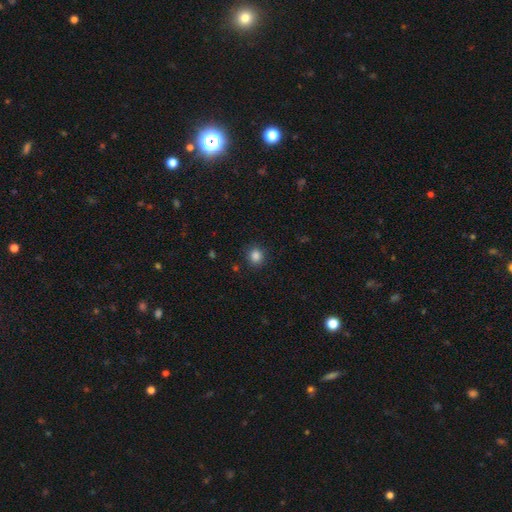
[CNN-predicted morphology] smooth_or_featured: smooth (p=0.85) [alt: star or artifact p=0.11]
how_rounded: round (p=0.83) [alt: in between p=0.16]
merging: none (p=0.89) [alt: minor disturbance p=0.07]